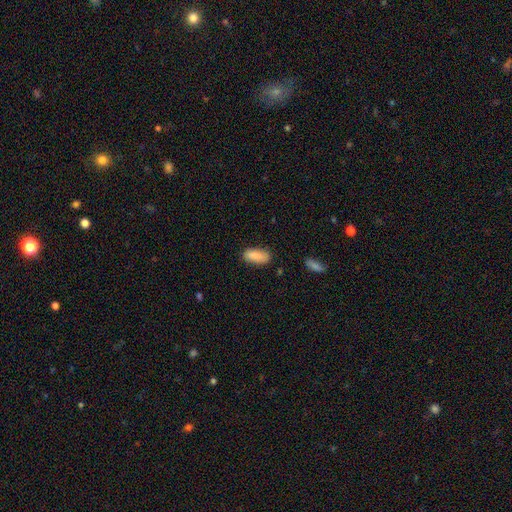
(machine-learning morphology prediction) Smooth or featured? Predicted: smooth (p=0.87). How rounded? Predicted: in between (p=0.84). Merging? Predicted: none (p=0.82).